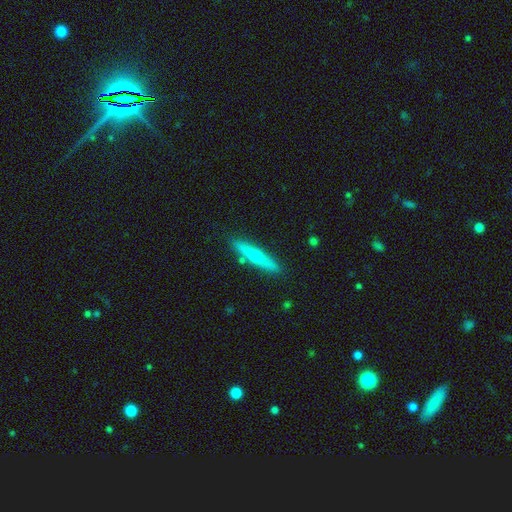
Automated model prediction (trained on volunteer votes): Morphology: type=featured or disk (51%); edge-on=yes (90%); merging=none (85%).